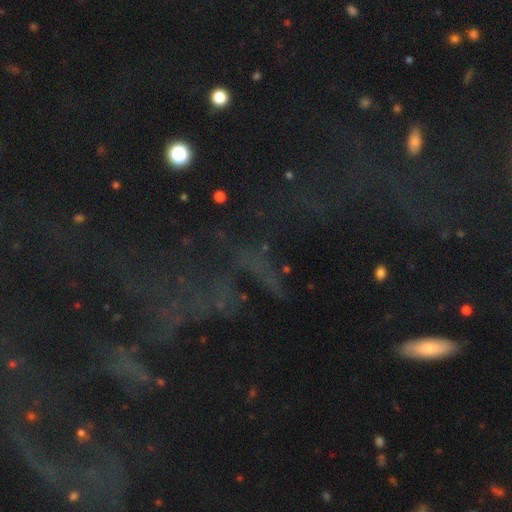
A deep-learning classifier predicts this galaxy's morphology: Smooth or featured? star or artifact (64%)